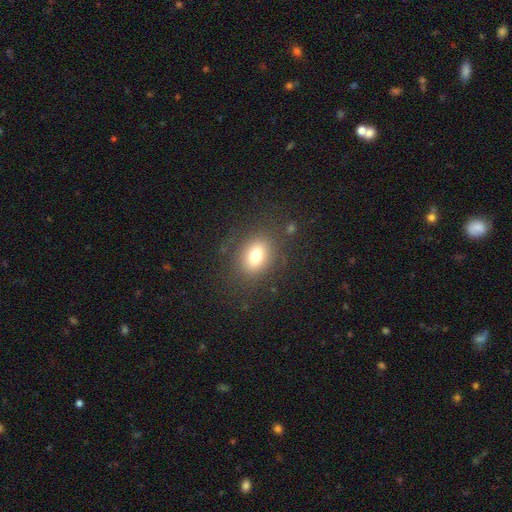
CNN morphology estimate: Smooth or featured?
  - smooth: 75% *
  - featured or disk: 13%
  - star or artifact: 12%
How rounded?
  - in between: 63% *
  - round: 35%
  - cigar-shaped: 1%
Merging?
  - none: 81% *
  - minor disturbance: 11%
  - major disturbance: 6%
  - merger: 2%